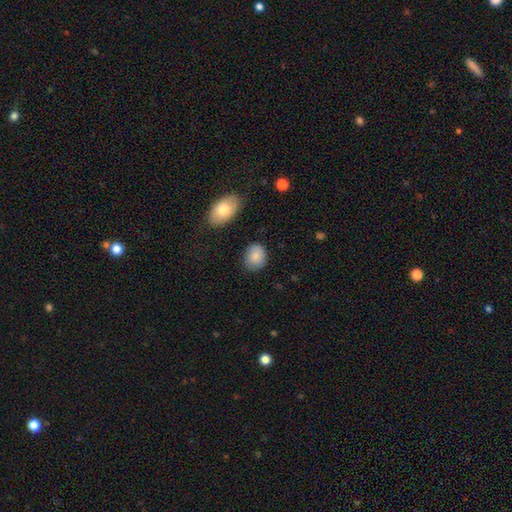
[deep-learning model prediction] This is clearly a smooth galaxy (84%). How rounded: possibly round (52%). Merging: likely none (75%).